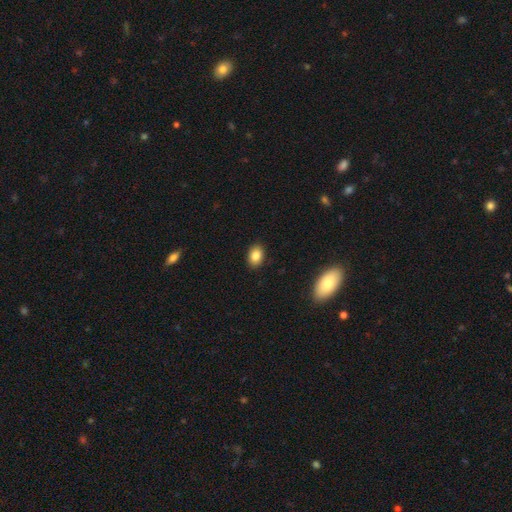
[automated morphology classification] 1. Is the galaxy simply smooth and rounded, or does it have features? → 85% smooth, 9% star or artifact, 6% featured or disk.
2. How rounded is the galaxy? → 76% in between, 23% round, 1% cigar-shaped.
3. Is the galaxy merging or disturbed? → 90% none, 8% minor disturbance, 2% major disturbance, 1% merger.